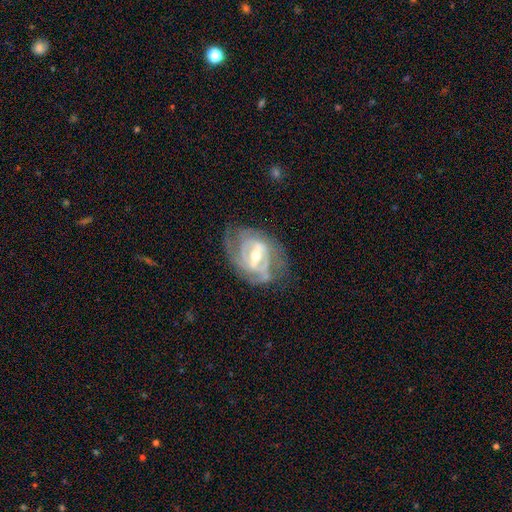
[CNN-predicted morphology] Q: Smooth or featured?
A: featured or disk (88%); runner-up: smooth (7%)
Q: Edge-on disk?
A: no (96%); runner-up: yes (4%)
Q: Bar?
A: strong (56%); runner-up: weak (34%)
Q: Spiral arms?
A: yes (92%); runner-up: no (8%)
Q: Spiral winding?
A: tight (54%); runner-up: medium (36%)
Q: Spiral arm count?
A: 2 (40%); runner-up: can't tell (24%)
Q: Bulge size?
A: moderate (63%); runner-up: small (31%)
Q: Merging?
A: none (65%); runner-up: minor disturbance (21%)